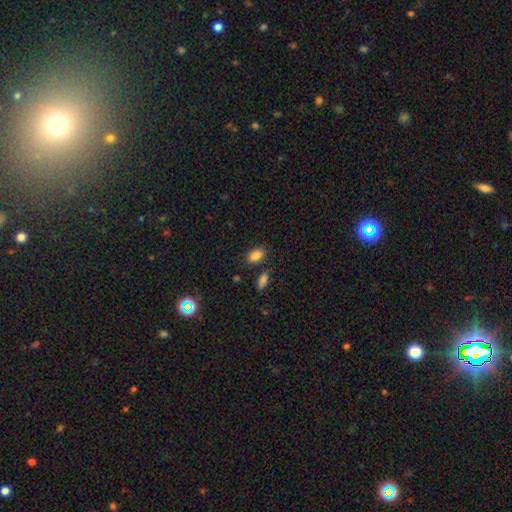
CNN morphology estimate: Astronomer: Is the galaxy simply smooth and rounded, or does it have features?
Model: smooth — 84%.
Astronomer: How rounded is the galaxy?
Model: in between — 87%.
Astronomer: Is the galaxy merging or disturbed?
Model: none — 79%.